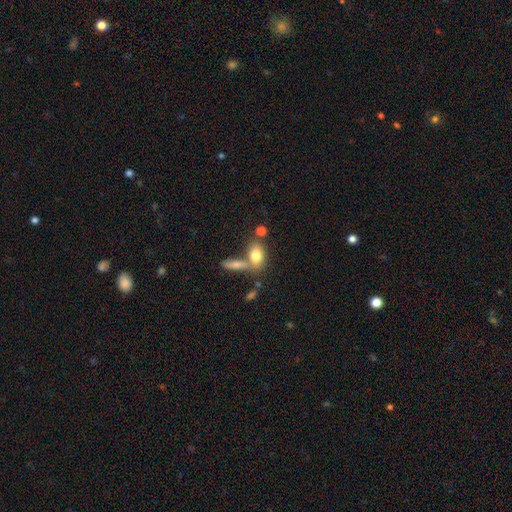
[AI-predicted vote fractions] Smooth or featured: smooth — 77% (featured or disk — 15%)
How rounded: in between — 80% (round — 14%)
Merging: none — 49% (merger — 34%)